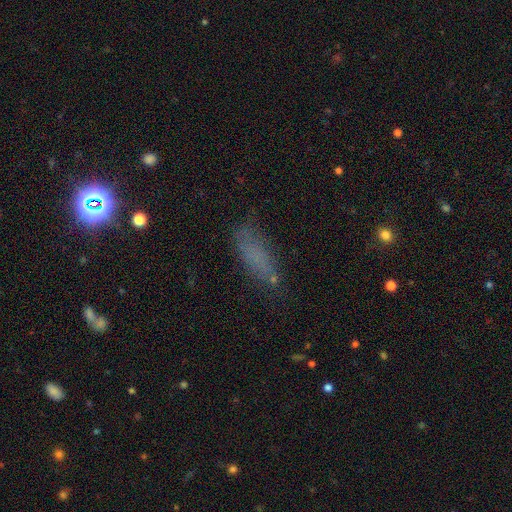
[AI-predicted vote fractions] The model was most divided on "how rounded": in between: 55%, cigar-shaped: 42%, round: 4%. More confident: merging — none (63%); smooth or featured — smooth (63%).